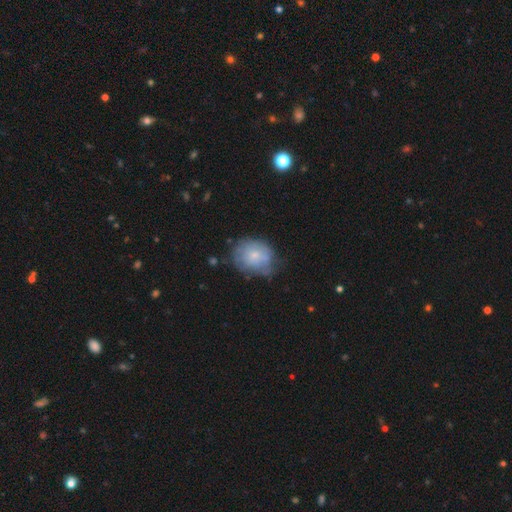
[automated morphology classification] smooth_or_featured: smooth (p=0.60) [alt: featured or disk p=0.32]
how_rounded: round (p=0.53) [alt: in between p=0.46]
merging: none (p=0.48) [alt: minor disturbance p=0.33]